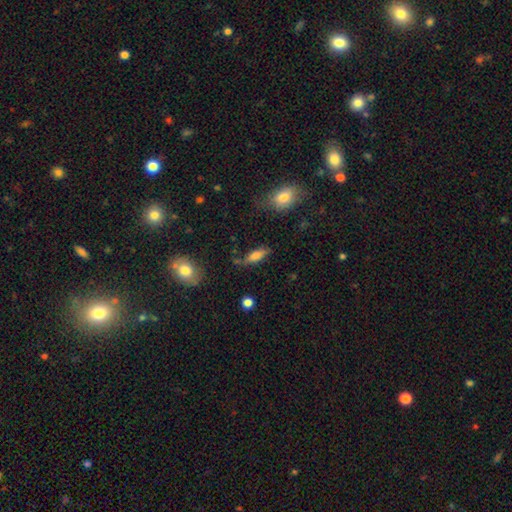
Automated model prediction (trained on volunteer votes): Smooth or featured? smooth (71%)
How rounded? in between (60%)
Merging? none (66%)